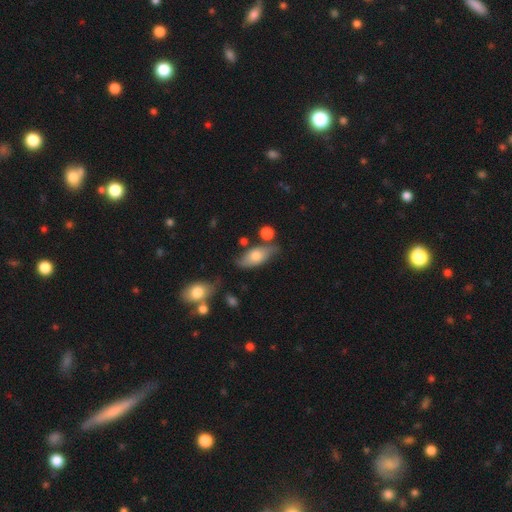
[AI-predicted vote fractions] Smooth or featured? Predicted: smooth (p=0.67). How rounded? Predicted: in between (p=0.84). Merging? Predicted: none (p=0.66).